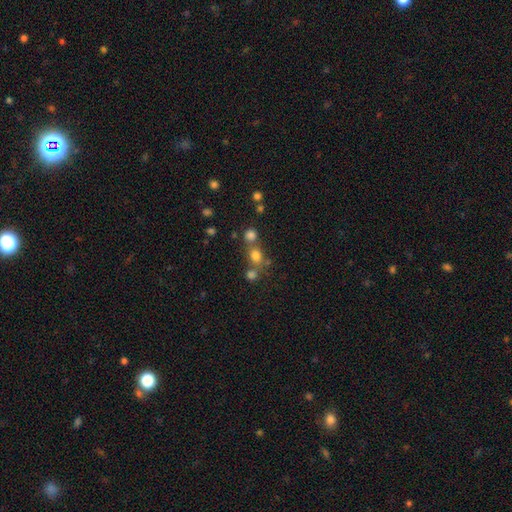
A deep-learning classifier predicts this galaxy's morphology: Q: Smooth or featured?
A: smooth (73%); runner-up: star or artifact (18%)
Q: How rounded?
A: round (74%); runner-up: in between (25%)
Q: Merging?
A: none (56%); runner-up: merger (30%)